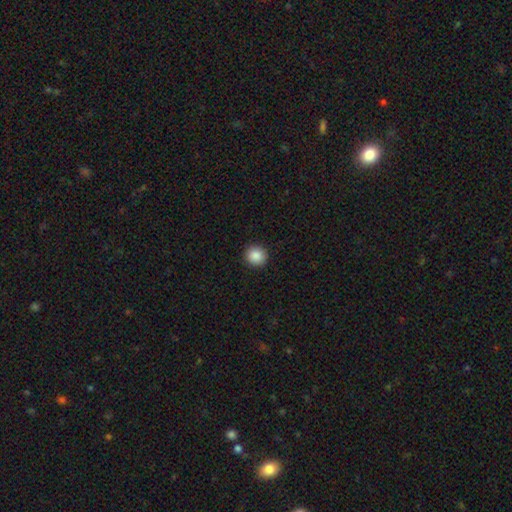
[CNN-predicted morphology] A smooth galaxy with no disk features (88%) that is round (91%). Merging: none (92%).